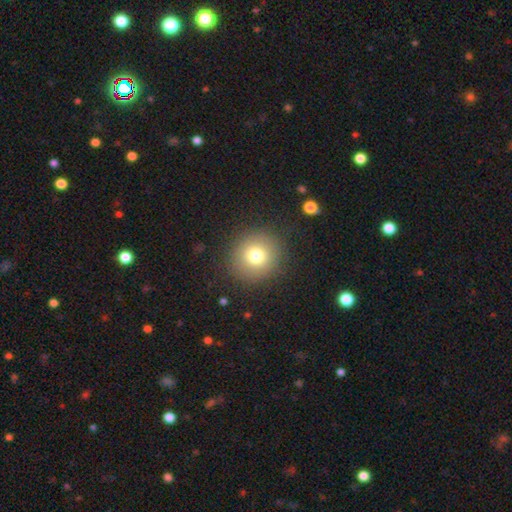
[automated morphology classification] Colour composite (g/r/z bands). It shows a smooth galaxy with no disk features (75%) that is round (92%). Merging: none (88%).